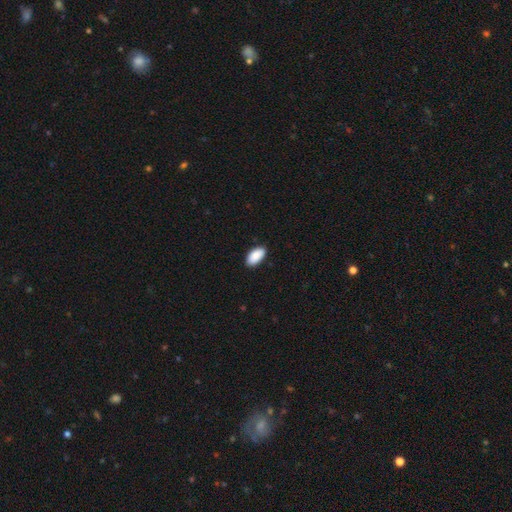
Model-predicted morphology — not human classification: The model was most divided on "merging": none: 89%, minor disturbance: 9%, major disturbance: 2%, merger: 1%. More confident: how rounded — in between (95%); smooth or featured — smooth (90%).